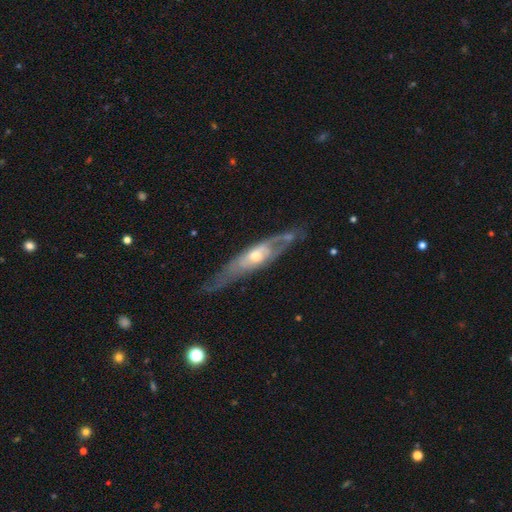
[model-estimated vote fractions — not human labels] Q: Smooth or featured?
A: featured or disk (75%); runner-up: smooth (20%)
Q: Edge-on disk?
A: no (56%); runner-up: yes (44%)
Q: Merging?
A: none (61%); runner-up: minor disturbance (23%)